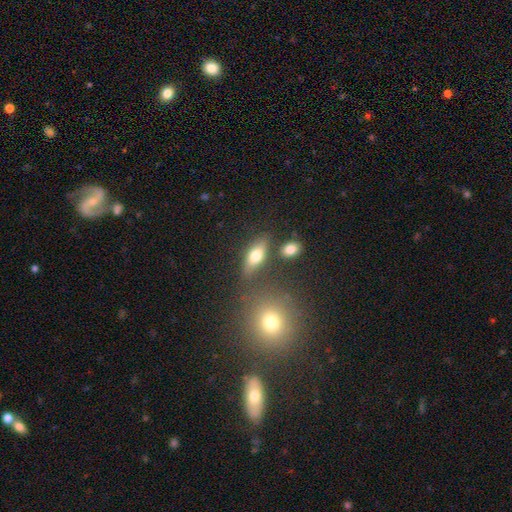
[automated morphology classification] smooth_or_featured: smooth (p=0.67) [alt: featured or disk p=0.23]
how_rounded: in between (p=0.72) [alt: cigar-shaped p=0.20]
merging: none (p=0.72) [alt: minor disturbance p=0.13]